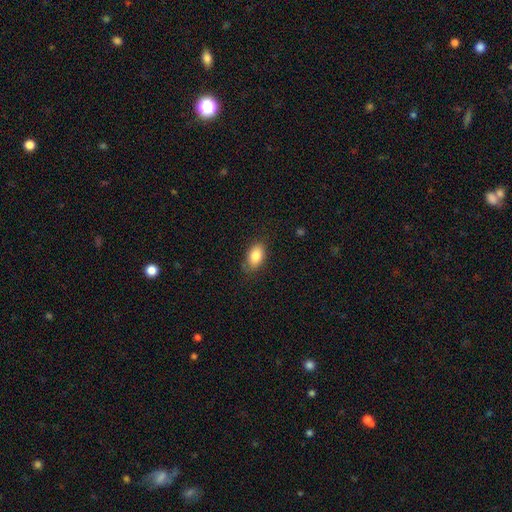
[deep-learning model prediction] This appears to be a smooth galaxy with no disk features (84%) that is in between round and cigar-shaped (90%). Merging: none (79%).